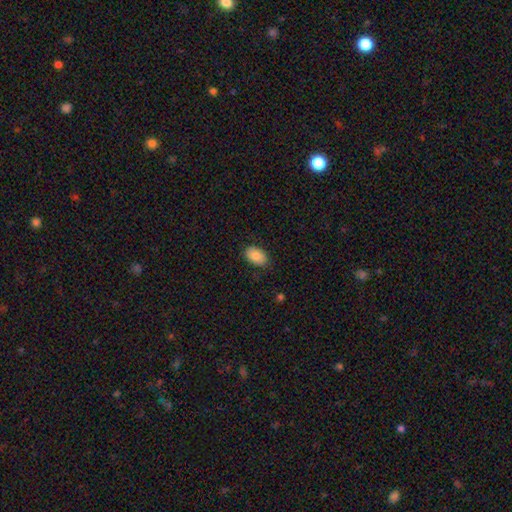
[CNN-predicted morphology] Smooth or featured? Predicted: smooth (p=0.84). How rounded? Predicted: in between (p=0.88). Merging? Predicted: none (p=0.83).